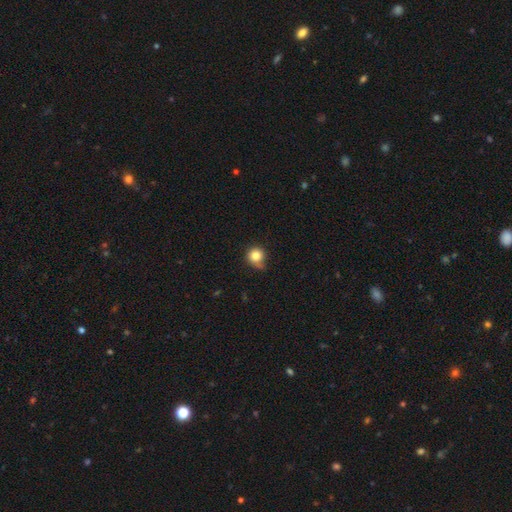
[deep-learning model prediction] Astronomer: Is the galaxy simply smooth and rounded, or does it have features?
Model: smooth — 82%.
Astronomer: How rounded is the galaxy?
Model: round — 89%.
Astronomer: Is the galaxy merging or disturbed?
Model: none — 57%.